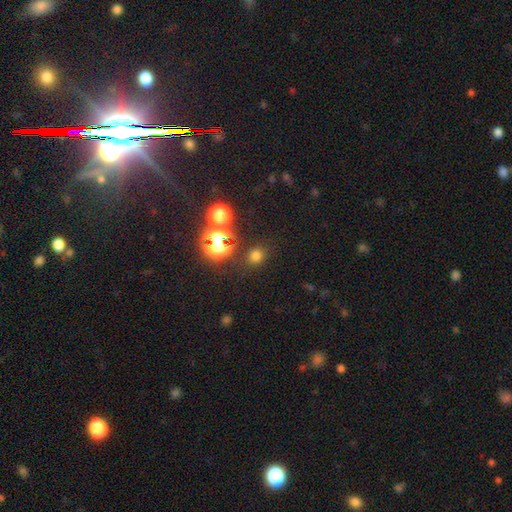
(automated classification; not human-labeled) Smooth or featured: smooth — 71% (star or artifact — 24%)
How rounded: round — 81% (in between — 18%)
Merging: none — 85% (minor disturbance — 8%)